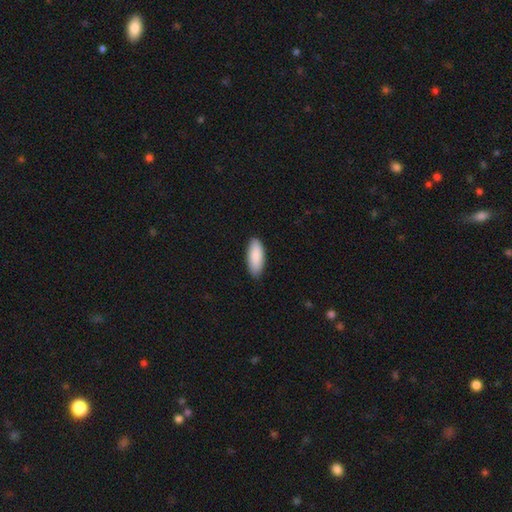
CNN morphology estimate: A smooth galaxy with no disk features (90%) that is in between round and cigar-shaped (80%). Merging: none (86%).